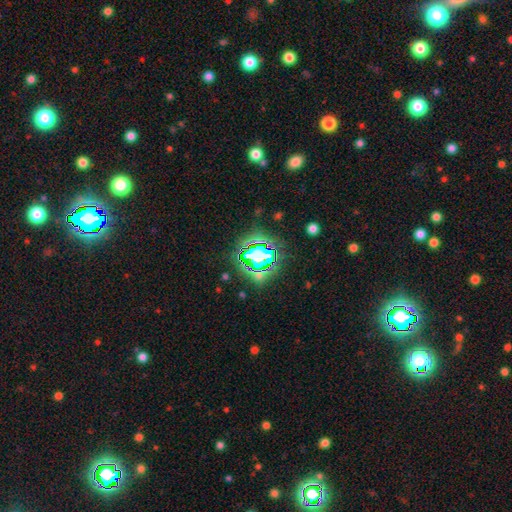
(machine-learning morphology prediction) star or artifact 62%, smooth 25%, featured or disk 12%.